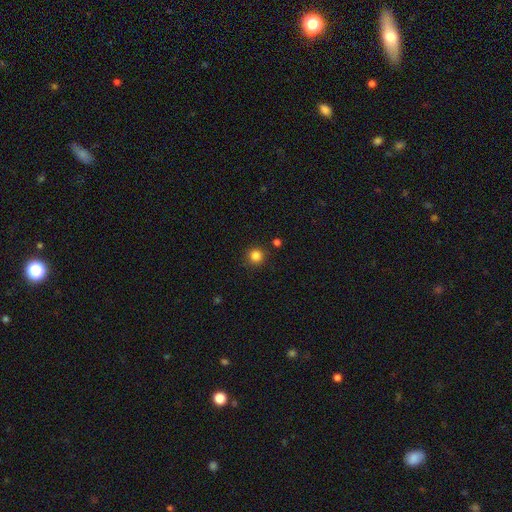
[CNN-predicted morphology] smooth-or-featured: smooth: 83% | star or artifact: 13% | featured or disk: 4%
  how-rounded: round: 94% | in between: 5% | cigar-shaped: 1%
  merging: none: 89% | minor disturbance: 6% | merger: 2% | major disturbance: 2%